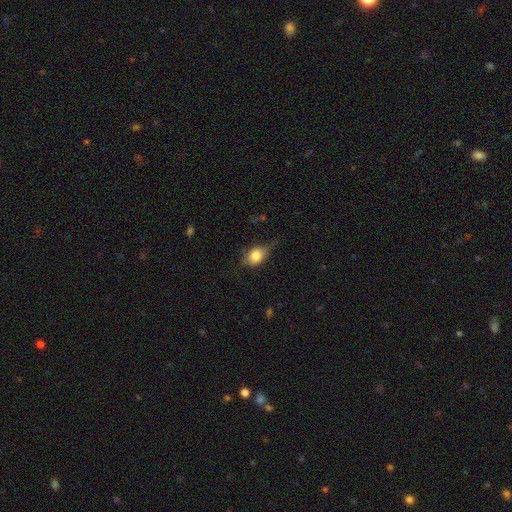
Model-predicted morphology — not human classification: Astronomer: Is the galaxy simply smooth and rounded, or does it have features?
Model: smooth — 76%.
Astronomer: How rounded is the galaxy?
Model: in between — 57% (runner-up: round, 41%).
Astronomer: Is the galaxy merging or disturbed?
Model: none — 55% (runner-up: minor disturbance, 31%).